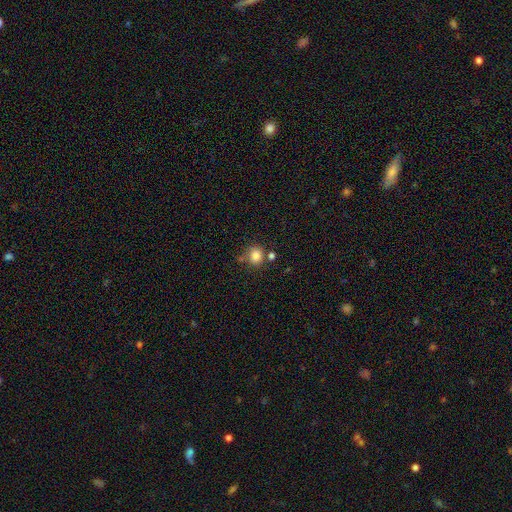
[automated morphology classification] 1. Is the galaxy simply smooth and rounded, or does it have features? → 83% smooth, 11% star or artifact, 6% featured or disk.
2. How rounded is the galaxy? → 80% round, 19% in between, 1% cigar-shaped.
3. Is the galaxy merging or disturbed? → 72% none, 13% merger, 12% minor disturbance, 4% major disturbance.